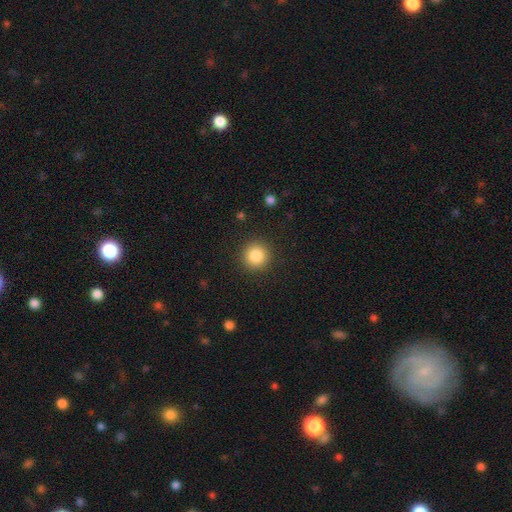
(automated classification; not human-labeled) A smooth galaxy with no disk features (84%) that is round (94%). Merging: none (91%).